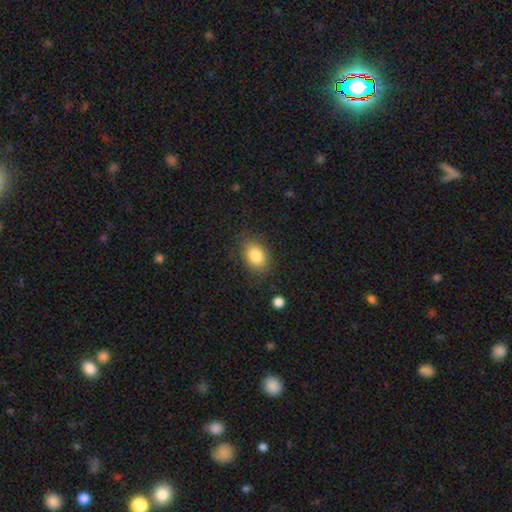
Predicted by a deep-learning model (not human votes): This appears to be a smooth galaxy with no disk features (84%) that is in between round and cigar-shaped (76%). Merging: none (79%).